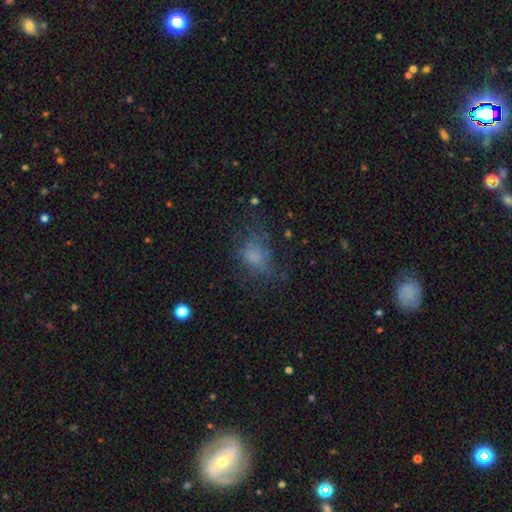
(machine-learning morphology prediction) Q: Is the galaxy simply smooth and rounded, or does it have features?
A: smooth — 59%.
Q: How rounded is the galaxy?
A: in between — 65%.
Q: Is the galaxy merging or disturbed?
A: none — 45%.